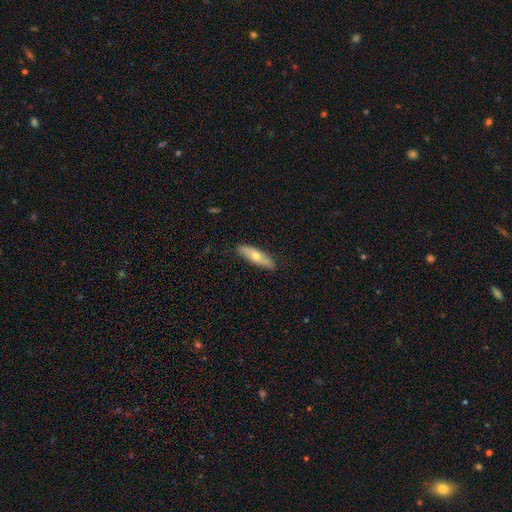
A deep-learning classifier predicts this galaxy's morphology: smooth_or_featured: smooth (p=0.58) [alt: featured or disk p=0.36]
how_rounded: cigar-shaped (p=0.62) [alt: in between p=0.36]
merging: none (p=0.87) [alt: minor disturbance p=0.11]